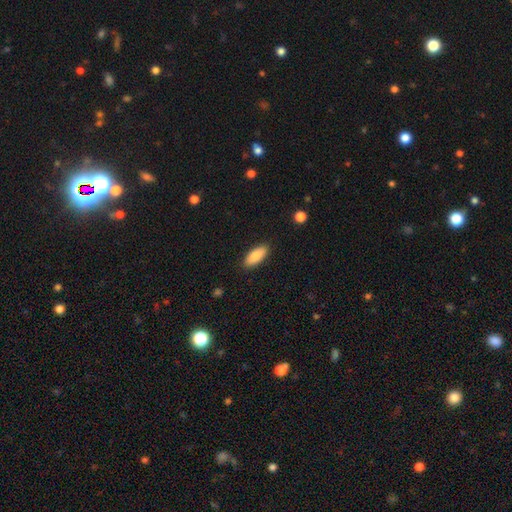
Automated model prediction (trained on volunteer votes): Overall: smooth (86%). How rounded: in between (82%). Merging: none (88%).